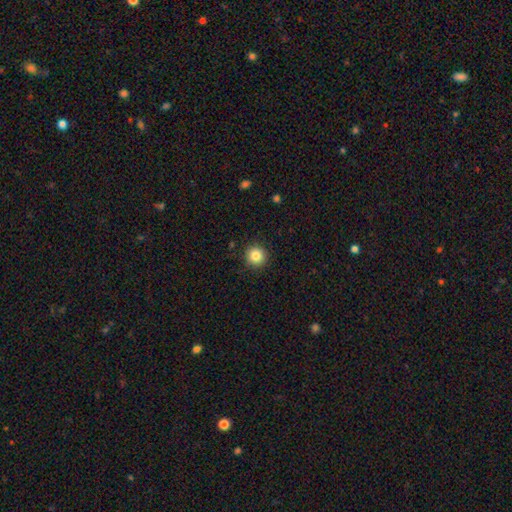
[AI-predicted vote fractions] Smooth or featured?
  - smooth: 85% *
  - star or artifact: 10%
  - featured or disk: 5%
How rounded?
  - round: 95% *
  - in between: 4%
  - cigar-shaped: 1%
Merging?
  - none: 91% *
  - minor disturbance: 6%
  - major disturbance: 2%
  - merger: 1%